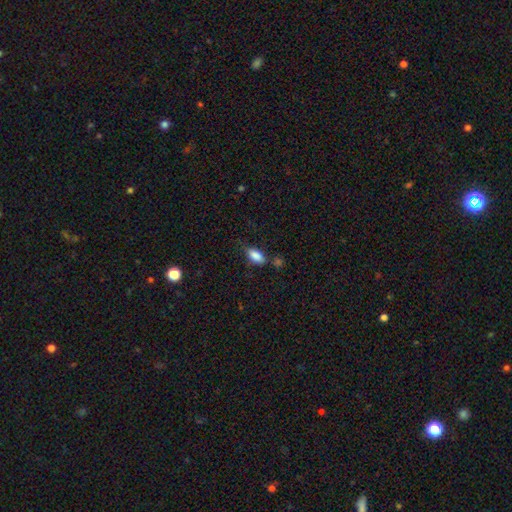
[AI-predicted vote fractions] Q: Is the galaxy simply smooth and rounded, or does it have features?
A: smooth — 85%.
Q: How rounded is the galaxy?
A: in between — 86%.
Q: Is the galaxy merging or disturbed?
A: none — 61%.